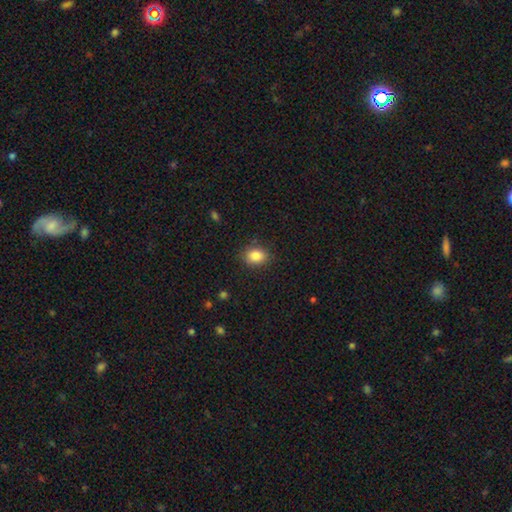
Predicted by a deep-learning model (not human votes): smooth_or_featured: smooth (p=0.86) [alt: star or artifact p=0.09]
how_rounded: in between (p=0.60) [alt: round p=0.39]
merging: none (p=0.85) [alt: minor disturbance p=0.11]